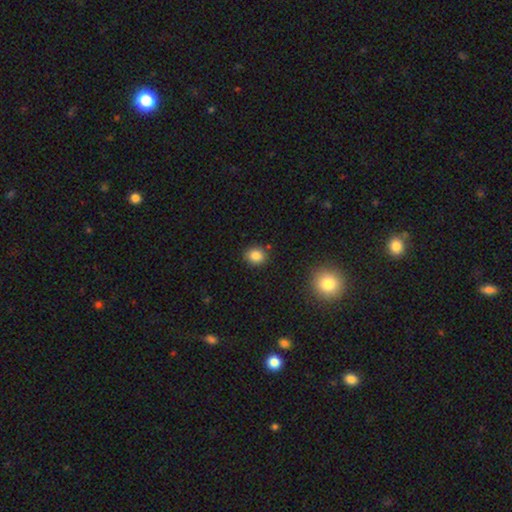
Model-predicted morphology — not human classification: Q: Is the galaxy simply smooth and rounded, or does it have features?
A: smooth — 84%.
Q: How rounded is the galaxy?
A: round — 69%.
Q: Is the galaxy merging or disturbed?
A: none — 86%.